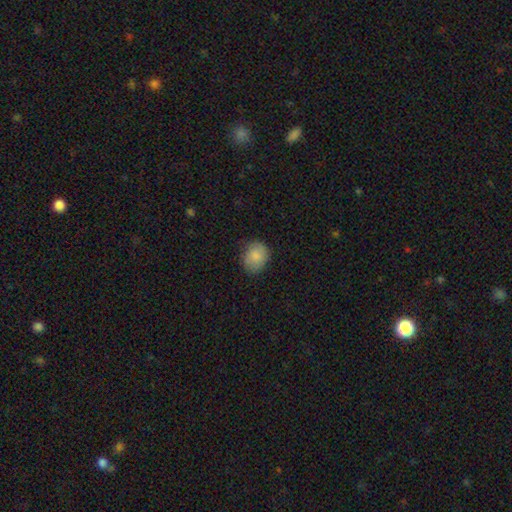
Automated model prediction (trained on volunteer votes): Q: Smooth or featured?
A: smooth (82%); runner-up: featured or disk (11%)
Q: How rounded?
A: round (63%); runner-up: in between (36%)
Q: Merging?
A: none (75%); runner-up: minor disturbance (20%)